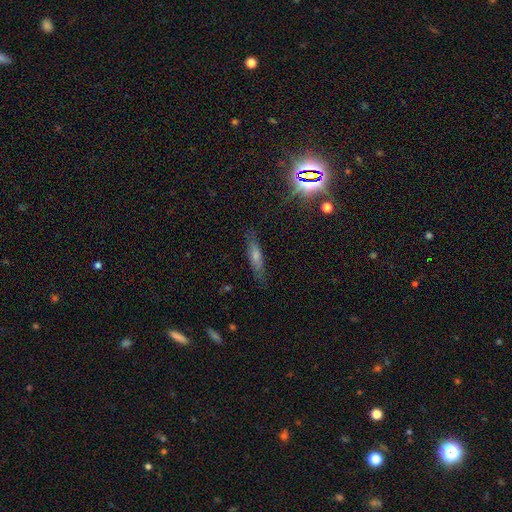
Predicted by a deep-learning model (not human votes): Smooth or featured: smooth — 54% (featured or disk — 31%)
How rounded: cigar-shaped — 76% (in between — 22%)
Merging: none — 81% (minor disturbance — 14%)